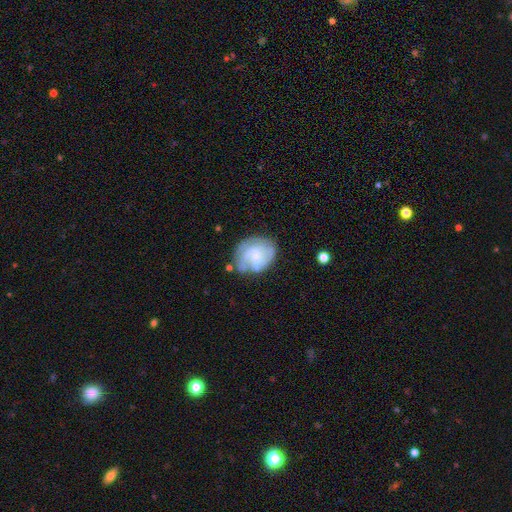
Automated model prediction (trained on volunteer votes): smooth-or-featured: featured or disk: 55% | smooth: 37% | star or artifact: 7%
  disk-edge-on: no: 98% | yes: 2%
    bar: no: 63% | weak: 31% | strong: 6%
    has-spiral-arms: yes: 74% | no: 26%
    bulge-size: none: 38% | small: 28% | moderate: 23% | large: 9% | dominant: 2%
  merging: none: 57% | minor disturbance: 26% | major disturbance: 13% | merger: 5%